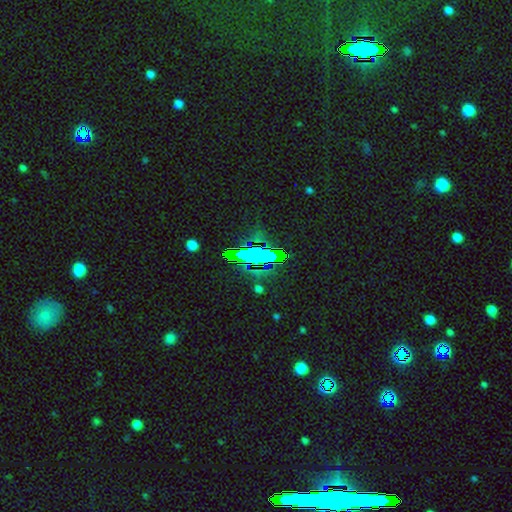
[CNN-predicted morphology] type=star or artifact (63%).